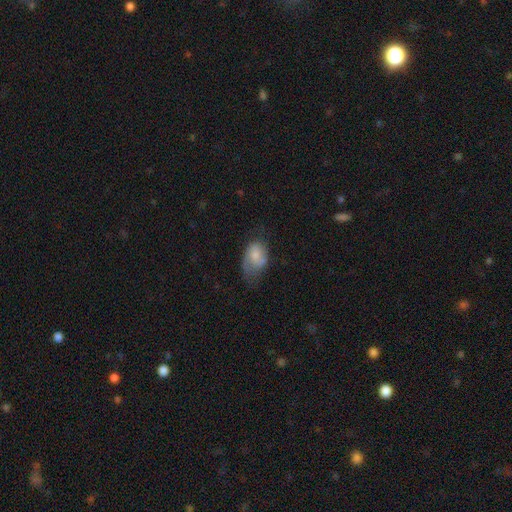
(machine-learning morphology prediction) Smooth or featured? smooth (57%)
How rounded? in between (83%)
Merging? none (37%)